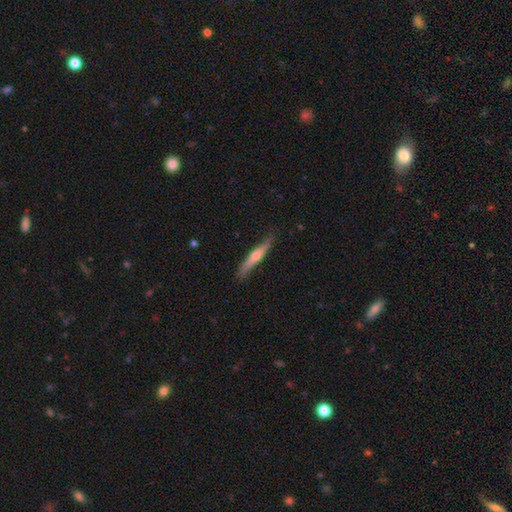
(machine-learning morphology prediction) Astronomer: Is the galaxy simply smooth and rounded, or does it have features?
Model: featured or disk — 58% (runner-up: smooth, 37%).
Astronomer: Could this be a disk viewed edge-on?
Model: yes — 94%.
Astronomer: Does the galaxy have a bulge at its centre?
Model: rounded — 80%.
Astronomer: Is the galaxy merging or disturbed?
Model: none — 84%.